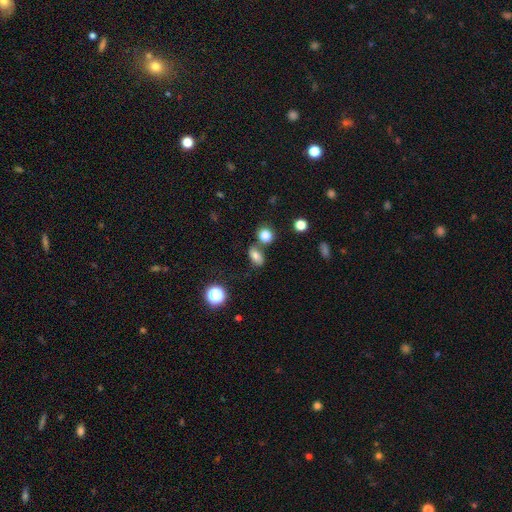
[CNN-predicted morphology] smooth 75%, star or artifact 15%, featured or disk 10%. Down the decision tree: how rounded — in between (76%); merging — none (66%).